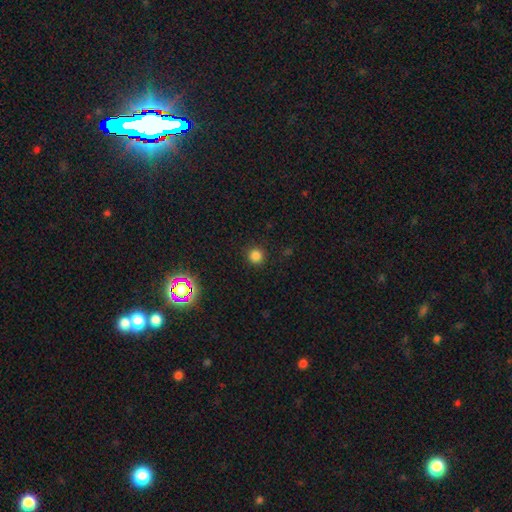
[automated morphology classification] Q: Smooth or featured?
A: smooth (82%); runner-up: star or artifact (15%)
Q: How rounded?
A: round (95%); runner-up: in between (4%)
Q: Merging?
A: none (92%); runner-up: minor disturbance (5%)